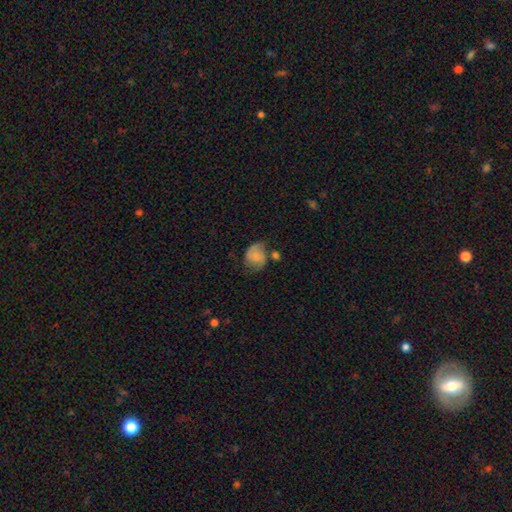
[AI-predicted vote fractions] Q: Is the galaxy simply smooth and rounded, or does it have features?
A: smooth — 53%.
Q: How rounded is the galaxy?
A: round — 57%.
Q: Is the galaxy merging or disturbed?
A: none — 44%.